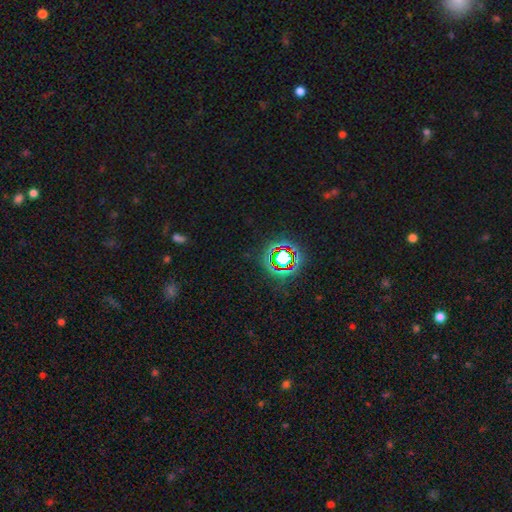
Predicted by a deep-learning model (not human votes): Morphology: type=star or artifact (76%).